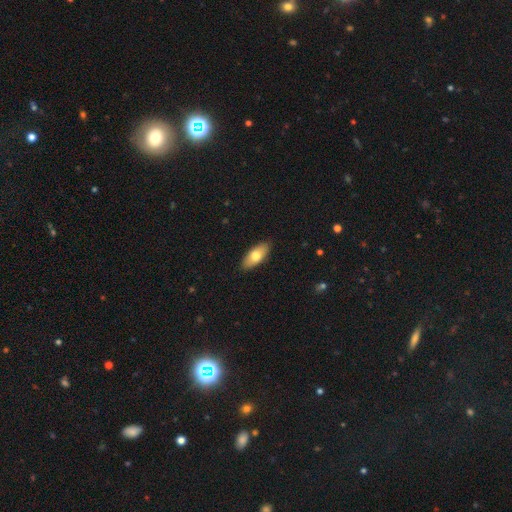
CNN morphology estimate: A smooth galaxy with no disk features (72%) that is in between round and cigar-shaped (84%). Merging: none (89%).